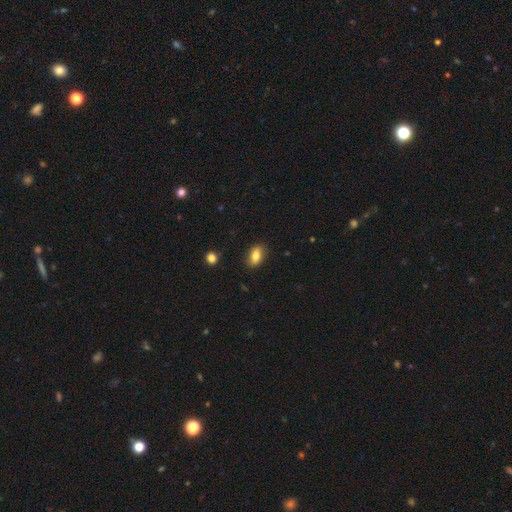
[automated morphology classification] A smooth galaxy with no disk features (80%) that is in between round and cigar-shaped (87%). Merging: none (83%).